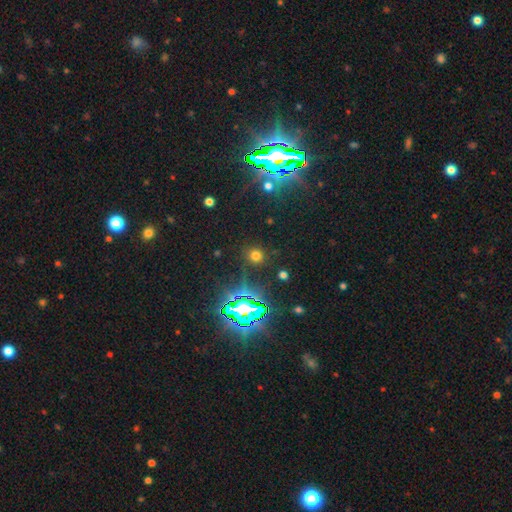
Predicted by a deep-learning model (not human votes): Smooth or featured?
  - smooth: 61% *
  - star or artifact: 32%
  - featured or disk: 7%
How rounded?
  - round: 89% *
  - in between: 10%
  - cigar-shaped: 1%
Merging?
  - none: 86% *
  - minor disturbance: 7%
  - major disturbance: 4%
  - merger: 3%